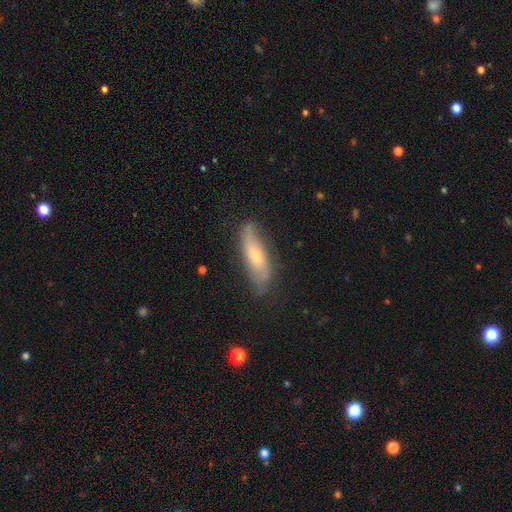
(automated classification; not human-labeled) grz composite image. It shows a featured or disk galaxy (58%). Merging: none (74%).